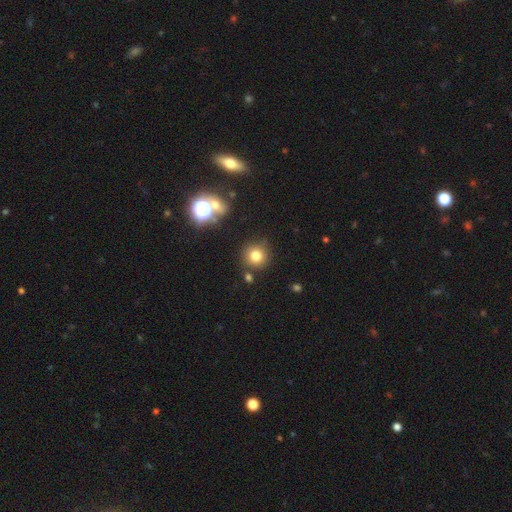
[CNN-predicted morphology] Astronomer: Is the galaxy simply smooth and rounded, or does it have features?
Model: smooth — 77%.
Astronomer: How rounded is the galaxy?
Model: round — 92%.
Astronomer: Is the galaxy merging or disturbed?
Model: none — 81%.